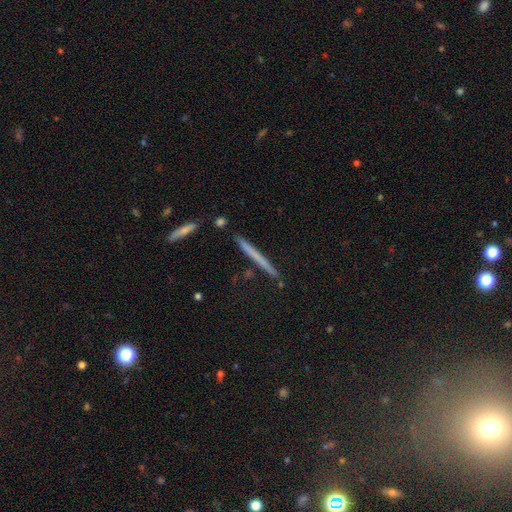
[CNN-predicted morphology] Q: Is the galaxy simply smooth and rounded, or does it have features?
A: smooth — 50%.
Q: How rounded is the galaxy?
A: cigar-shaped — 97%.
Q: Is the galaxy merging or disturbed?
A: none — 87%.